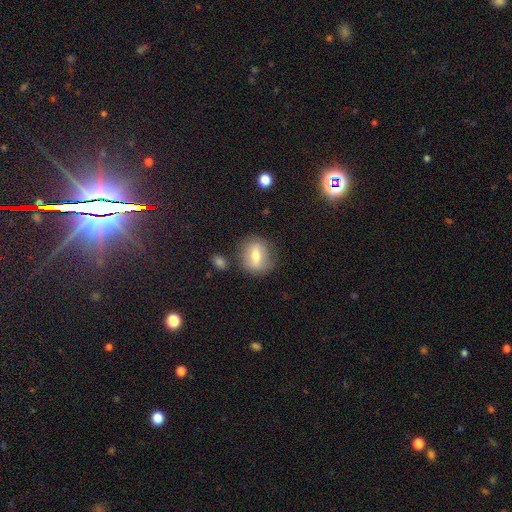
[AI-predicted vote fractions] Smooth or featured? Predicted: smooth (p=0.60). How rounded? Predicted: round (p=0.63). Merging? Predicted: none (p=0.77).